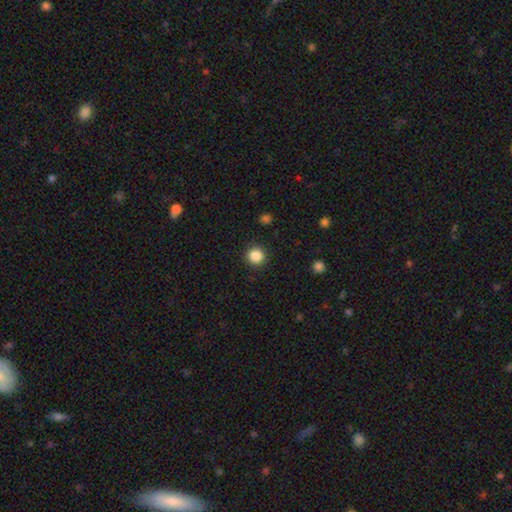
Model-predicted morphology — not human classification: Q: Smooth or featured?
A: smooth (86%); runner-up: star or artifact (11%)
Q: How rounded?
A: round (93%); runner-up: in between (6%)
Q: Merging?
A: none (92%); runner-up: minor disturbance (5%)